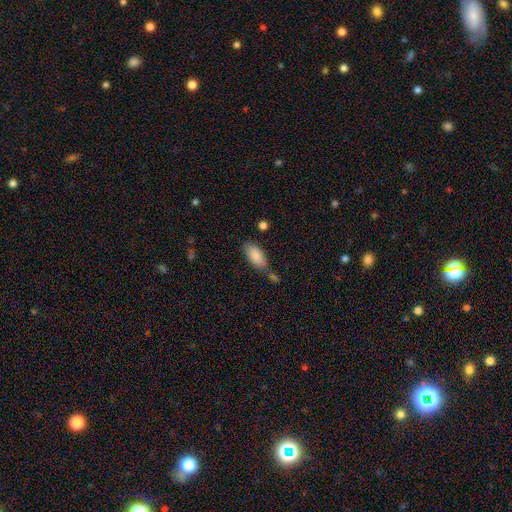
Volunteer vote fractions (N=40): Overall: smooth (90%). How rounded: in between (92%). Merging: none (78%).